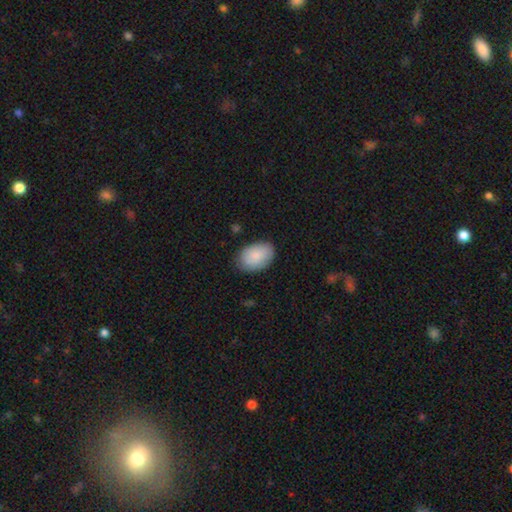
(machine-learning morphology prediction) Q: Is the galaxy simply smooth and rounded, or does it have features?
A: smooth — 85%.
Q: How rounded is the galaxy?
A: in between — 88%.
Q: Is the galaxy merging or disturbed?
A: none — 80%.